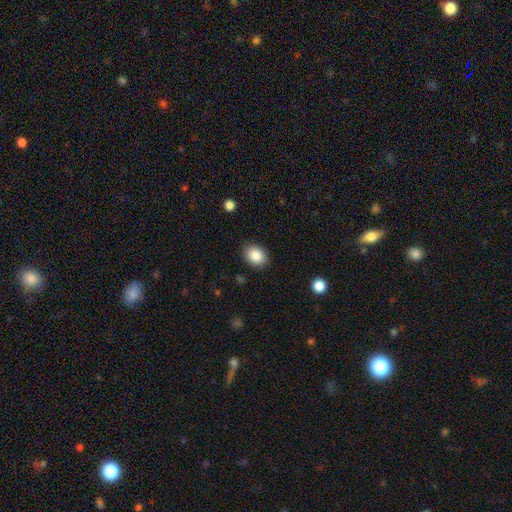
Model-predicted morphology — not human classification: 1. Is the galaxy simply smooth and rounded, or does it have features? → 87% smooth, 8% star or artifact, 5% featured or disk.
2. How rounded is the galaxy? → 63% in between, 36% round, 1% cigar-shaped.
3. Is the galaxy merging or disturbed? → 87% none, 9% minor disturbance, 2% major disturbance, 1% merger.